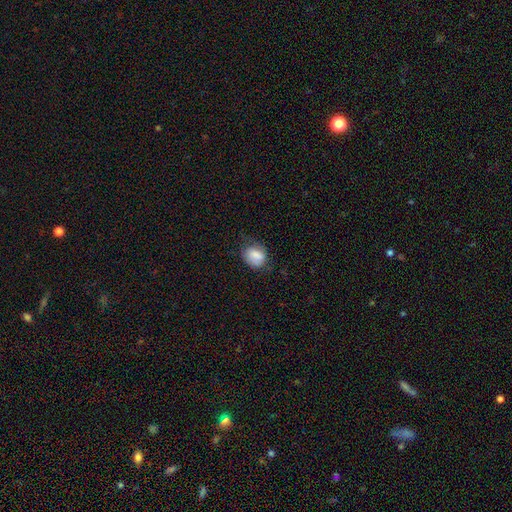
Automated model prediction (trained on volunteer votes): Overall: smooth (81%). How rounded: in between (56%; round 43%). Merging: none (56%; minor disturbance 31%).